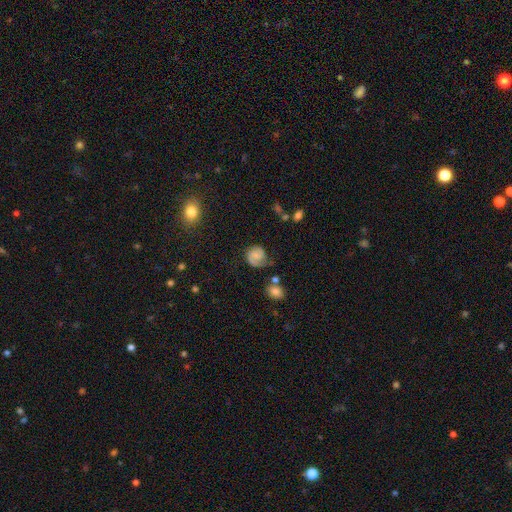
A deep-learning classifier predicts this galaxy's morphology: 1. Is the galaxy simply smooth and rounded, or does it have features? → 55% featured or disk, 36% smooth, 10% star or artifact.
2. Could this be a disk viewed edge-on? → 98% no, 2% yes.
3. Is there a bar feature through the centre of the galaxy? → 59% no, 34% weak, 7% strong.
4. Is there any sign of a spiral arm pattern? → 91% yes, 9% no.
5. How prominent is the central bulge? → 45% none, 30% small, 18% moderate, 5% large, 2% dominant.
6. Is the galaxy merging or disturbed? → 57% none, 23% minor disturbance, 16% major disturbance, 4% merger.